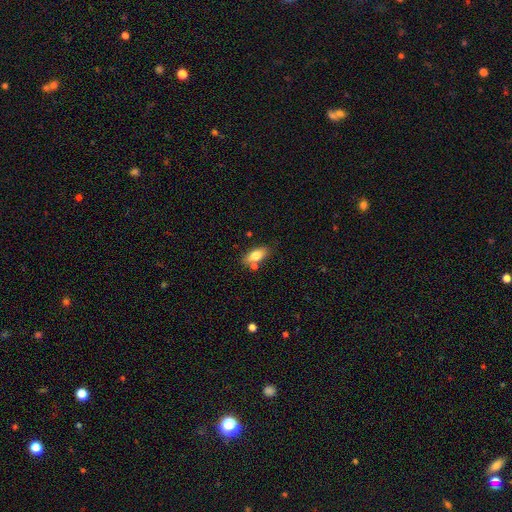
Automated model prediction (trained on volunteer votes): Q: Smooth or featured?
A: smooth (77%); runner-up: featured or disk (16%)
Q: How rounded?
A: in between (85%); runner-up: cigar-shaped (11%)
Q: Merging?
A: none (70%); runner-up: minor disturbance (15%)